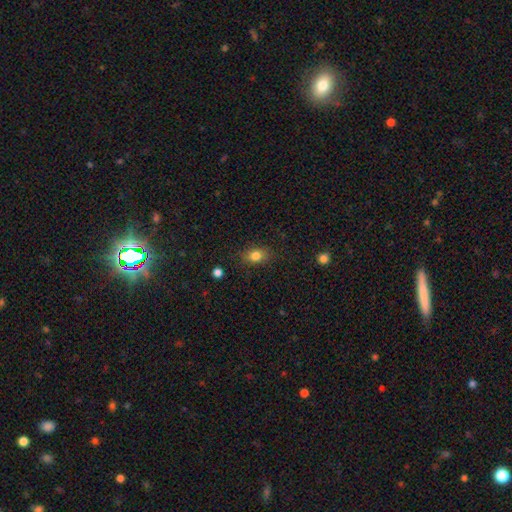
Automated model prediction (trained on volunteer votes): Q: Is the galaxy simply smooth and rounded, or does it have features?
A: smooth — 81%.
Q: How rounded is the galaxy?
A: in between — 68%.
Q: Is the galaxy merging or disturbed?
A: none — 82%.